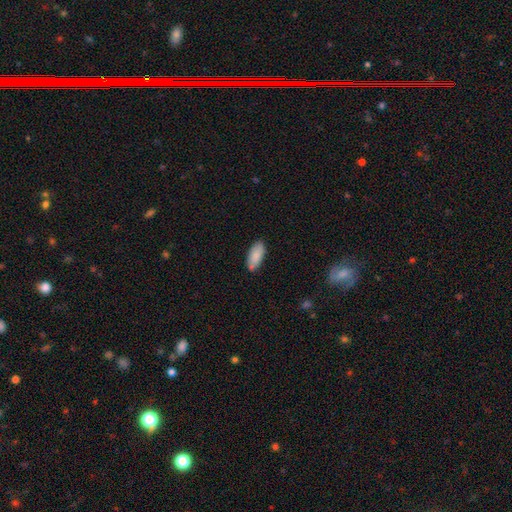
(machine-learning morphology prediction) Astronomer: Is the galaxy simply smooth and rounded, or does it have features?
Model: smooth — 86%.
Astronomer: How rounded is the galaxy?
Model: in between — 87%.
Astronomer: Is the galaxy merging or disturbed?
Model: none — 73%.